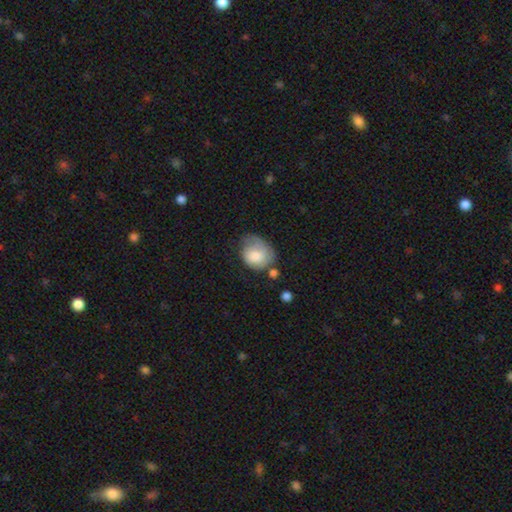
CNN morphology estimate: Smooth or featured? smooth (75%)
How rounded? round (57%)
Merging? minor disturbance (37%)